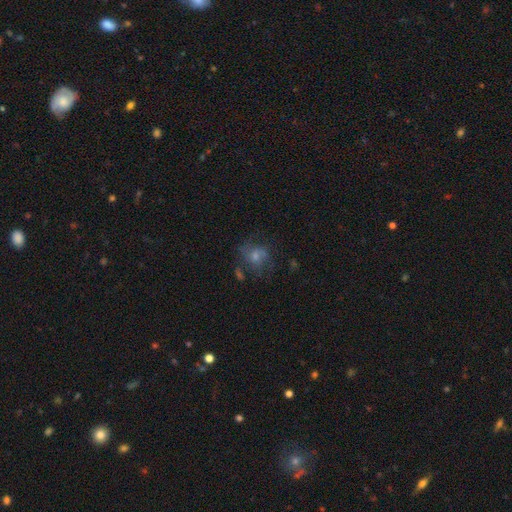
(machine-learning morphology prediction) This appears to be a featured or disk galaxy (48%). Merging: none (61%).